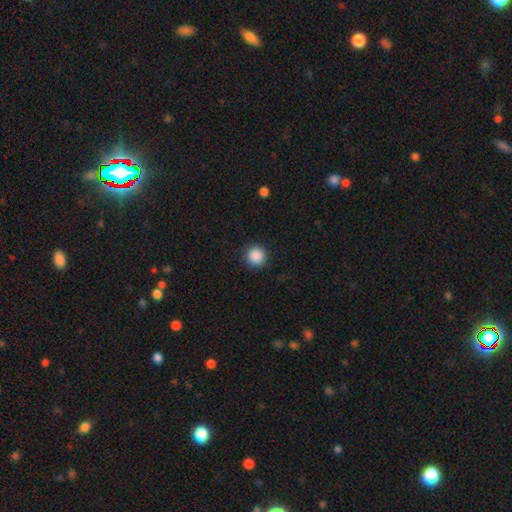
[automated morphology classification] The model was most divided on "smooth or featured": smooth: 89%, star or artifact: 9%, featured or disk: 2%. More confident: how rounded — round (95%); merging — none (92%).